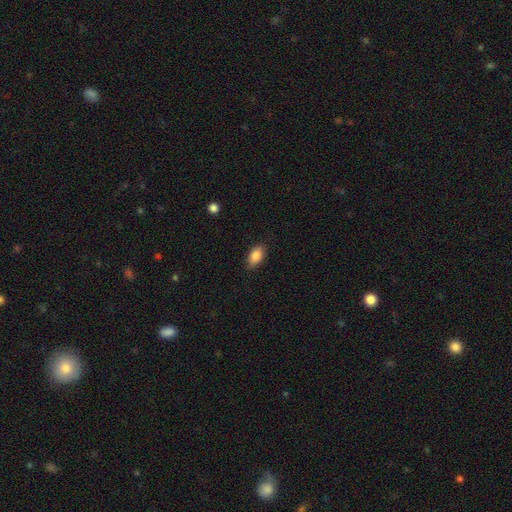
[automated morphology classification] smooth-or-featured: smooth: 86% | star or artifact: 7% | featured or disk: 6%
  how-rounded: in between: 91% | round: 6% | cigar-shaped: 3%
  merging: none: 84% | minor disturbance: 12% | major disturbance: 3% | merger: 1%